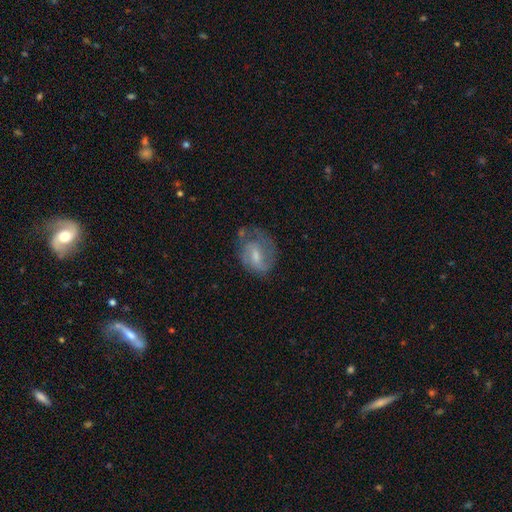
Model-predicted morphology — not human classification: Smooth or featured?
  - featured or disk: 55% *
  - smooth: 38%
  - star or artifact: 8%
Edge-on disk?
  - no: 96% *
  - yes: 4%
Bar?
  - weak: 53% *
  - no: 33%
  - strong: 14%
Spiral arms?
  - yes: 70% *
  - no: 30%
Bulge size?
  - small: 43% *
  - moderate: 42%
  - none: 10%
  - large: 4%
  - dominant: 1%
Merging?
  - none: 46% *
  - minor disturbance: 29%
  - major disturbance: 21%
  - merger: 4%